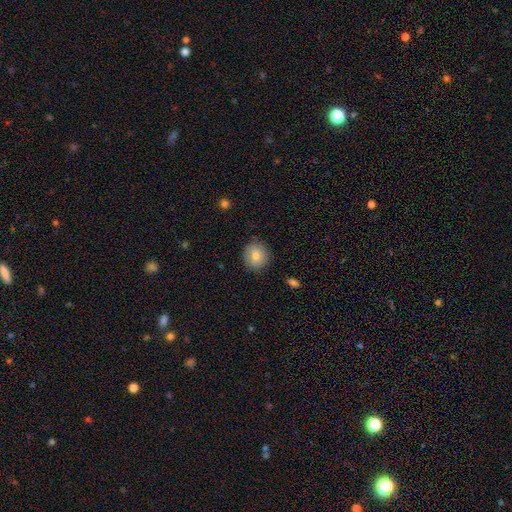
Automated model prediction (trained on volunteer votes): smooth_or_featured: smooth (p=0.77) [alt: featured or disk p=0.14]
how_rounded: round (p=0.85) [alt: in between p=0.14]
merging: none (p=0.85) [alt: minor disturbance p=0.11]